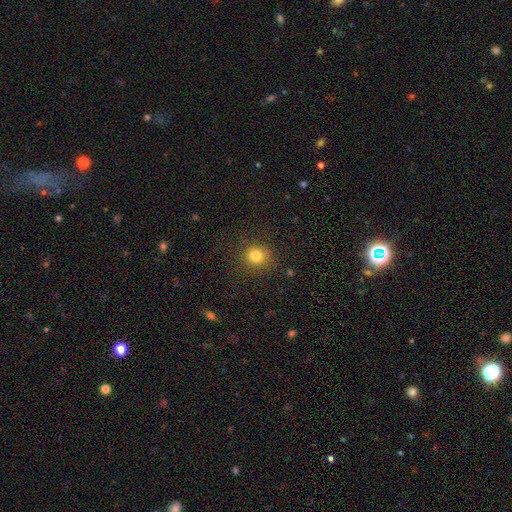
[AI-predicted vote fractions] A smooth galaxy with no disk features (81%) that is round (89%). Merging: none (87%).